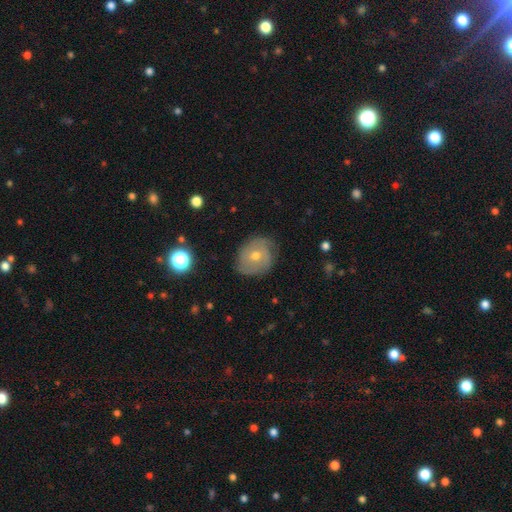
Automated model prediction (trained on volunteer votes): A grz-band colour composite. It shows a featured or disk galaxy (55%) with no bar (78%), spiral arms (74%) and a moderate central bulge (53%). Merging: none (74%).